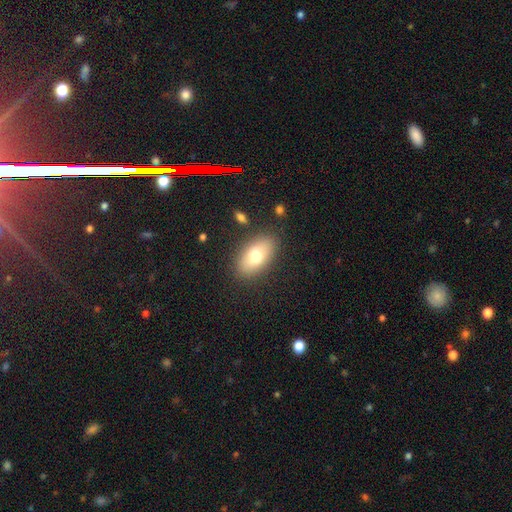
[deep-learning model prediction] Smooth or featured?
  - smooth: 73% *
  - featured or disk: 20%
  - star or artifact: 8%
How rounded?
  - in between: 90% *
  - round: 6%
  - cigar-shaped: 4%
Merging?
  - none: 83% *
  - minor disturbance: 11%
  - major disturbance: 4%
  - merger: 2%